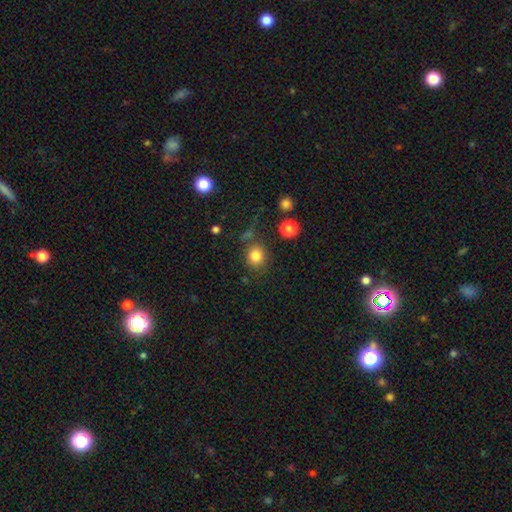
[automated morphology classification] Overall: smooth (83%). How rounded: round (82%). Merging: none (77%).